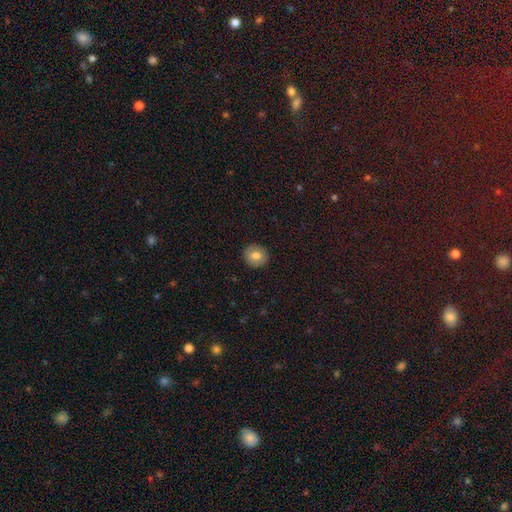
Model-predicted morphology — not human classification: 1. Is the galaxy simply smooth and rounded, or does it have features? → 75% smooth, 17% featured or disk, 8% star or artifact.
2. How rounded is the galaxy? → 88% round, 11% in between, 1% cigar-shaped.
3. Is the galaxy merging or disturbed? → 90% none, 7% minor disturbance, 2% major disturbance, 1% merger.